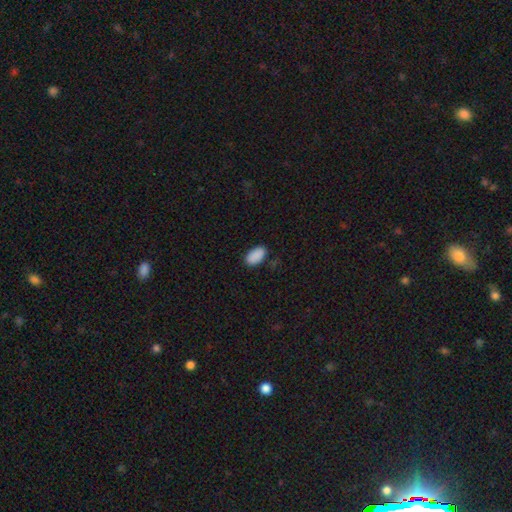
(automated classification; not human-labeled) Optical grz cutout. It shows a smooth galaxy with no disk features (90%) that is in between round and cigar-shaped (95%). Merging: none (86%).